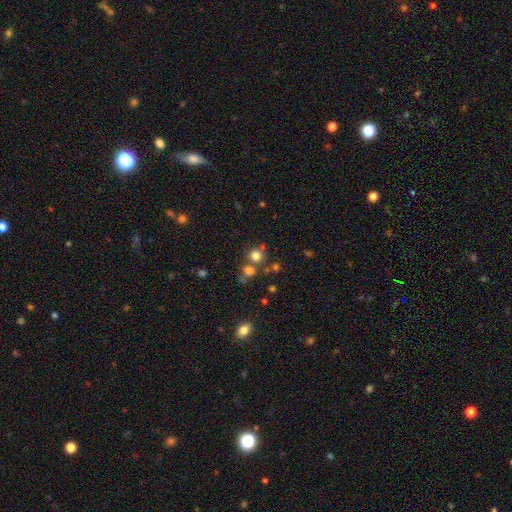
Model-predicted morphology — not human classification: smooth_or_featured: smooth (p=0.75) [alt: star or artifact p=0.18]
how_rounded: round (p=0.90) [alt: in between p=0.09]
merging: none (p=0.69) [alt: merger p=0.20]